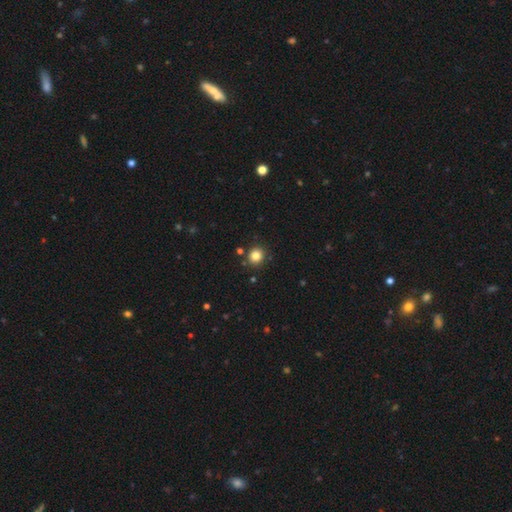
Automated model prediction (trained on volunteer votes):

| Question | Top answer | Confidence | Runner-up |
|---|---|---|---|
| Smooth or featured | smooth | 83% | star or artifact (12%) |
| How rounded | round | 87% | in between (12%) |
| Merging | none | 87% | minor disturbance (7%) |